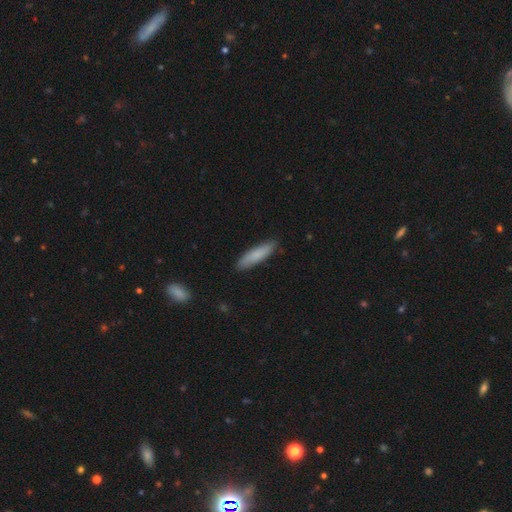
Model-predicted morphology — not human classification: smooth 83%, featured or disk 11%, star or artifact 6%. Down the decision tree: how rounded — cigar-shaped (75%); merging — none (87%).